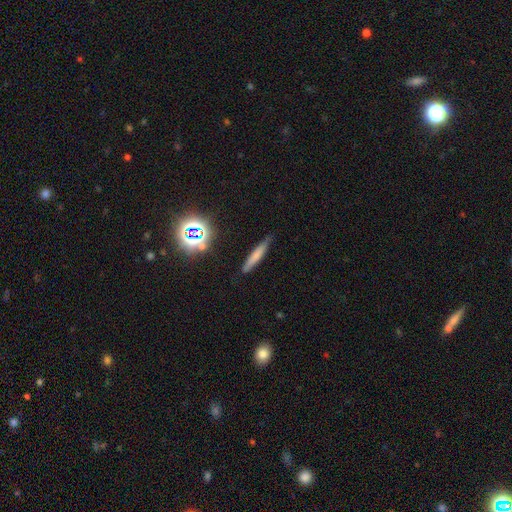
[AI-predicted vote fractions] Smooth or featured? smooth (63%)
How rounded? cigar-shaped (91%)
Merging? none (79%)